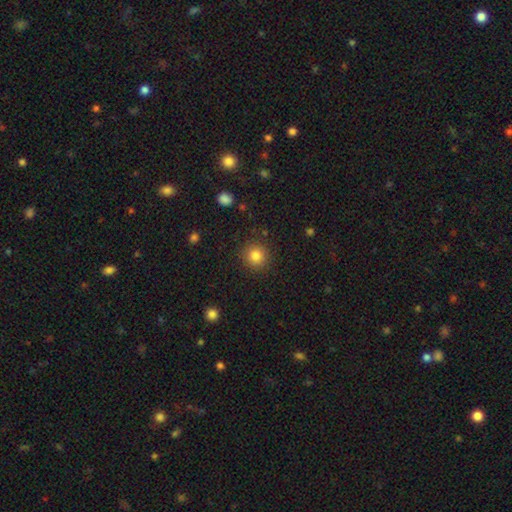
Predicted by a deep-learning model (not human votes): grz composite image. It shows a smooth galaxy with no disk features (83%) that is round (93%). Merging: none (89%).